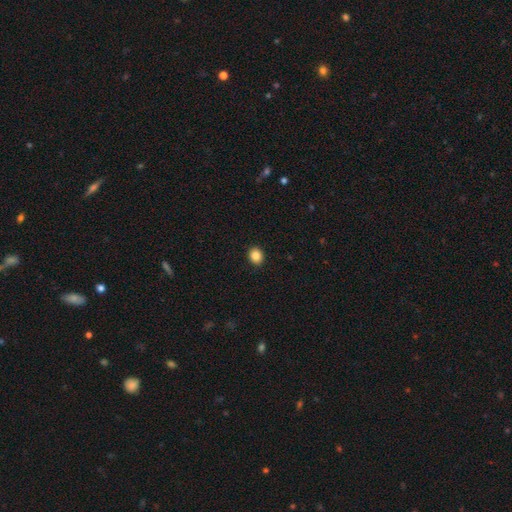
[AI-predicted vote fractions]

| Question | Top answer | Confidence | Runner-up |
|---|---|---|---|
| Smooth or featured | smooth | 86% | star or artifact (10%) |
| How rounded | round | 63% | in between (36%) |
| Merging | none | 92% | minor disturbance (6%) |